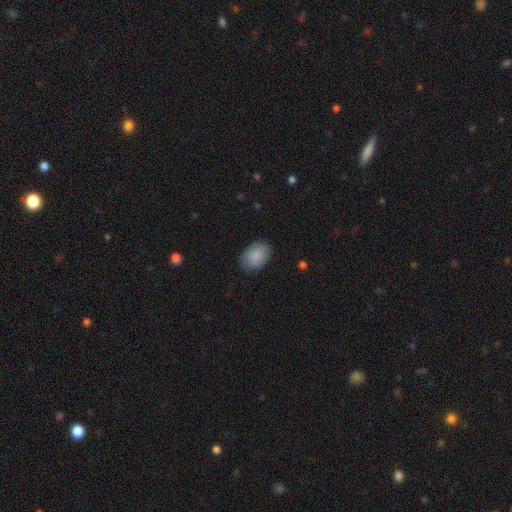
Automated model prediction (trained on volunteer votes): A smooth galaxy with no disk features (89%) that is in between round and cigar-shaped (85%).

Vote fractions:
- Smooth or featured? smooth: 89% / star or artifact: 6% / featured or disk: 5%
- How rounded? in between: 85% / round: 14% / cigar-shaped: 1%
- Merging? none: 85% / minor disturbance: 11% / major disturbance: 3% / merger: 1%